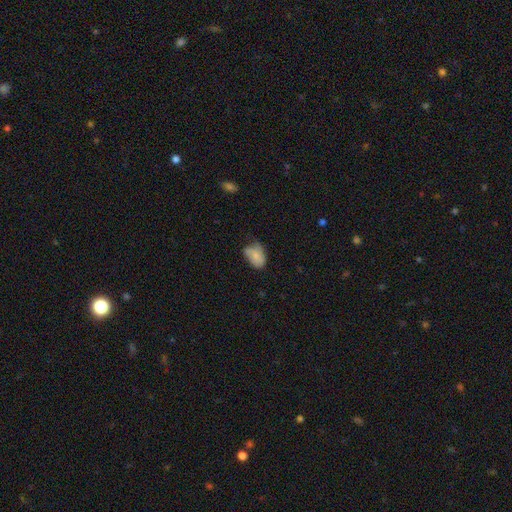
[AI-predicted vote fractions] A smooth galaxy with no disk features (70%) that is in between round and cigar-shaped (86%).

Vote fractions:
- Smooth or featured? smooth: 70% / featured or disk: 22% / star or artifact: 8%
- How rounded? in between: 86% / round: 13% / cigar-shaped: 1%
- Merging? minor disturbance: 41% / none: 37% / major disturbance: 17% / merger: 5%